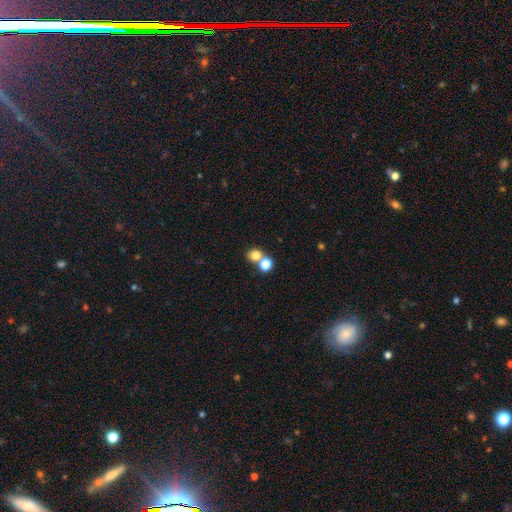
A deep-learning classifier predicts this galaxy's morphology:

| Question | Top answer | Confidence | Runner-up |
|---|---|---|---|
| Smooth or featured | smooth | 77% | star or artifact (14%) |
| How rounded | round | 72% | in between (27%) |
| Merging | none | 46% | merger (43%) |